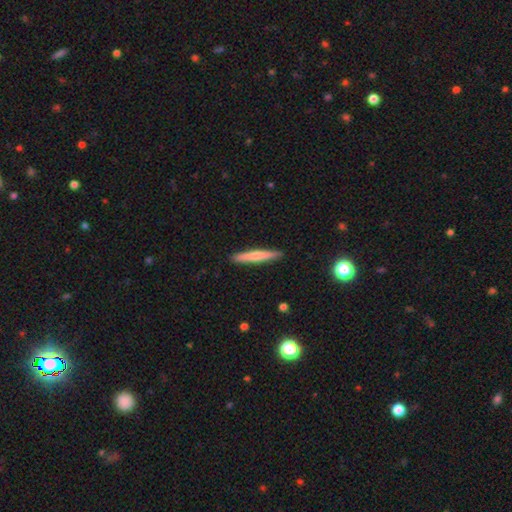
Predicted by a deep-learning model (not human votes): A smooth galaxy with no disk features (65%) that is cigar-shaped (95%).

Vote fractions:
- Smooth or featured? smooth: 65% / featured or disk: 30% / star or artifact: 6%
- How rounded? cigar-shaped: 95% / in between: 4% / round: 1%
- Merging? none: 91% / minor disturbance: 7% / major disturbance: 1% / merger: 1%